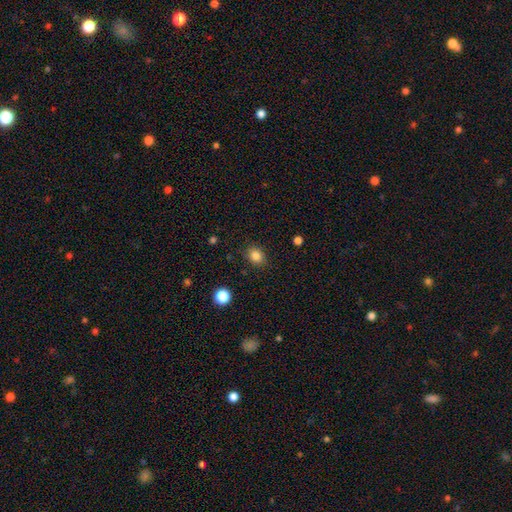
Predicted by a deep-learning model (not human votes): Smooth or featured? Predicted: smooth (p=0.84). How rounded? Predicted: round (p=0.51). Merging? Predicted: none (p=0.85).